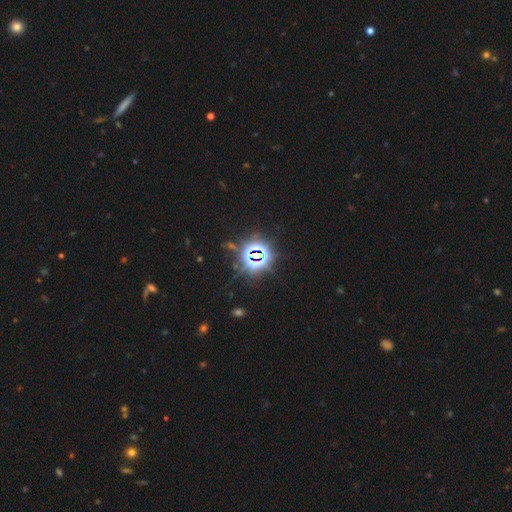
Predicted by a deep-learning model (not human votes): Smooth or featured: star or artifact — 82% (smooth — 11%)